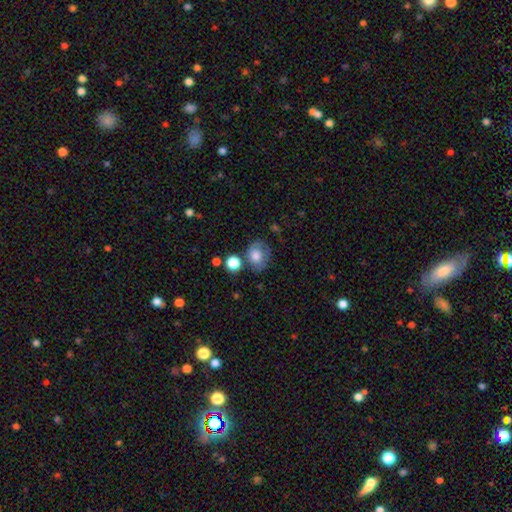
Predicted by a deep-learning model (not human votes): Smooth or featured? Predicted: smooth (p=0.70). How rounded? Predicted: round (p=0.55). Merging? Predicted: none (p=0.54).